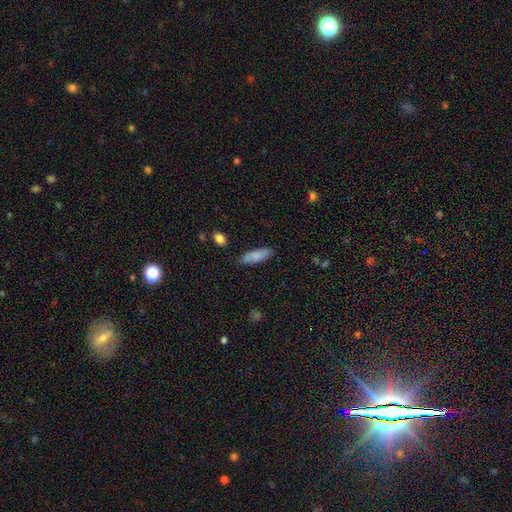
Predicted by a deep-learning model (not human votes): Overall: smooth (83%). How rounded: in between (59%; cigar-shaped 39%). Merging: none (85%).